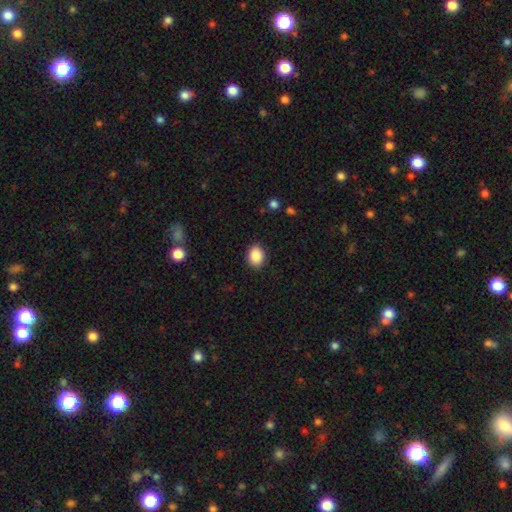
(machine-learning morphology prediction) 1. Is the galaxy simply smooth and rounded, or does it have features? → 89% smooth, 8% star or artifact, 3% featured or disk.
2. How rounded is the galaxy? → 63% in between, 36% round, 1% cigar-shaped.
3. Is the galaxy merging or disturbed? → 89% none, 8% minor disturbance, 2% major disturbance, 1% merger.